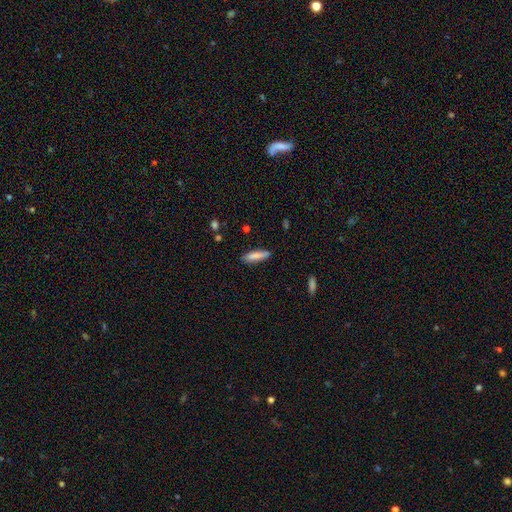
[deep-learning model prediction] This appears to be a smooth galaxy with no disk features (83%) that is cigar-shaped (73%). Merging: none (84%).